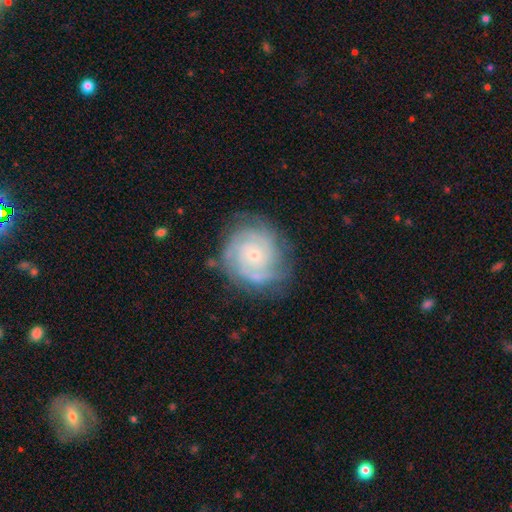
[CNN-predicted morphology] A featured or disk galaxy (82%) with no bar (78%), can't tell (27%, tied with 3) tight (74%) spiral arms (96%) and a small central bulge (77%). Merging: none (75%).